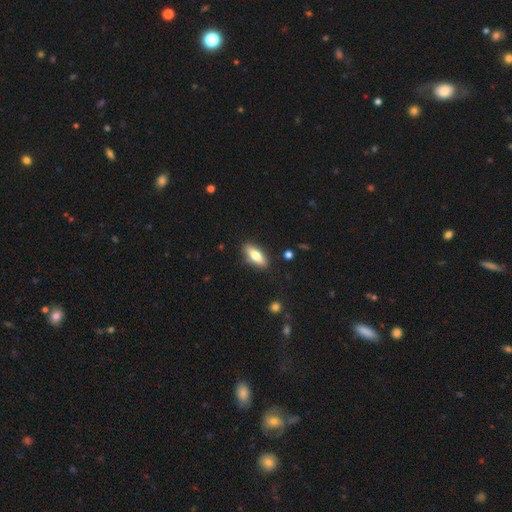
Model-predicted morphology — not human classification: type=smooth (65%); roundness=in between (66%); merging=none (87%).